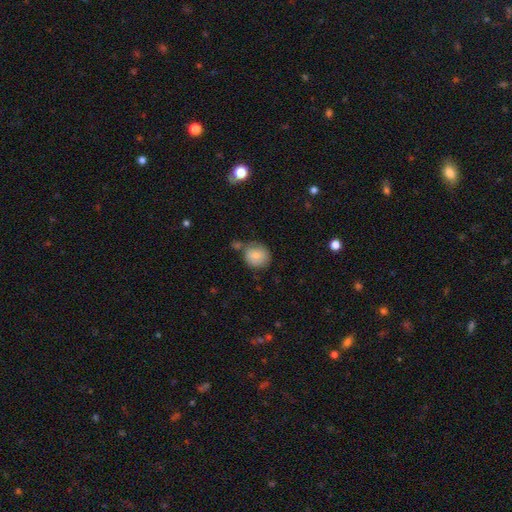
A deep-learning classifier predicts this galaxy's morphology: This is likely a smooth galaxy (79%). How rounded: likely round (78%). Merging: possibly none (57%).